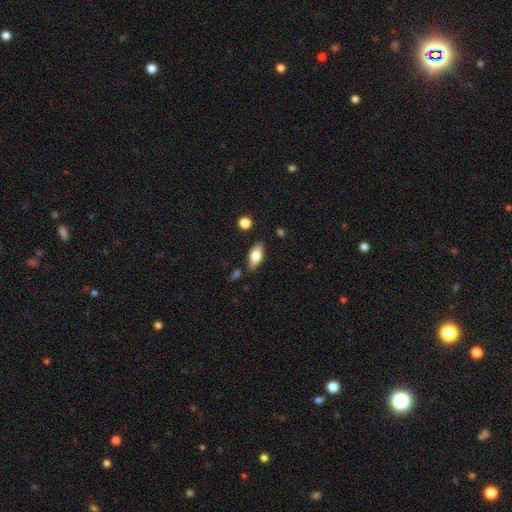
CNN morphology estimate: This is likely a smooth galaxy (66%). How rounded: clearly in between (82%). Merging: clearly none (82%).